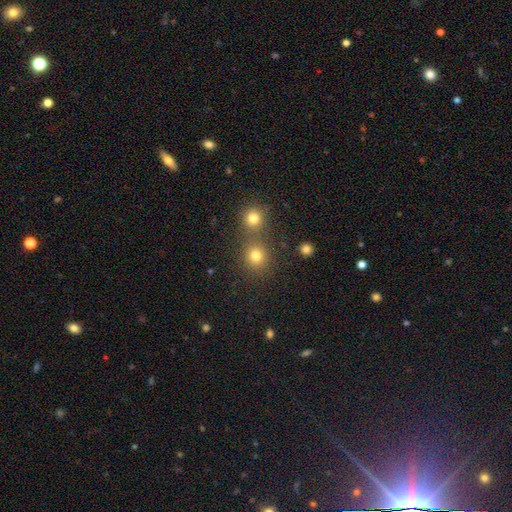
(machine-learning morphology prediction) Smooth or featured? smooth (78%)
How rounded? round (87%)
Merging? none (65%)